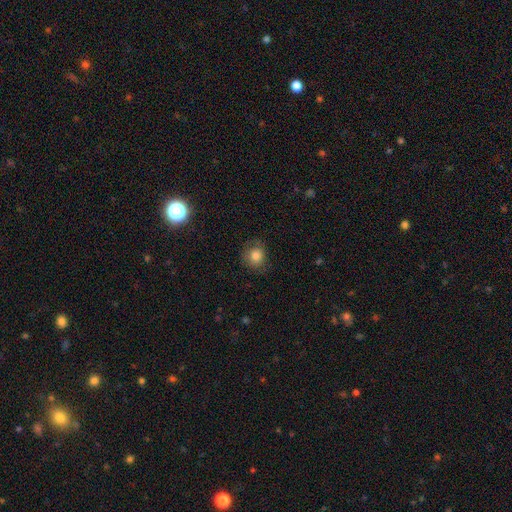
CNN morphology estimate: Smooth or featured?
  - smooth: 80% *
  - featured or disk: 11%
  - star or artifact: 9%
How rounded?
  - round: 79% *
  - in between: 20%
  - cigar-shaped: 1%
Merging?
  - none: 73% *
  - minor disturbance: 18%
  - major disturbance: 7%
  - merger: 1%